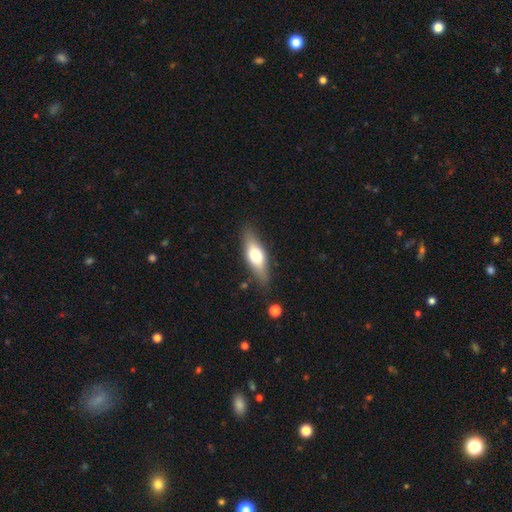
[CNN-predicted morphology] The model was most divided on "how rounded": in between: 57%, cigar-shaped: 40%, round: 3%. More confident: merging — none (80%); smooth or featured — smooth (58%).